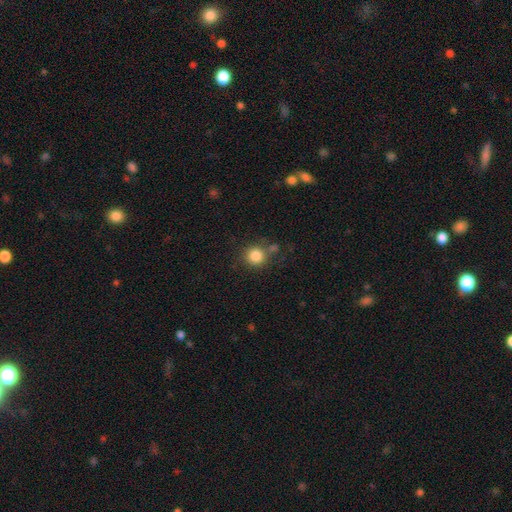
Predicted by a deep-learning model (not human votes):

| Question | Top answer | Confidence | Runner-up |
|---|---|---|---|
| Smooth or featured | smooth | 84% | star or artifact (11%) |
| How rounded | round | 91% | in between (8%) |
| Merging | none | 74% | minor disturbance (11%) |